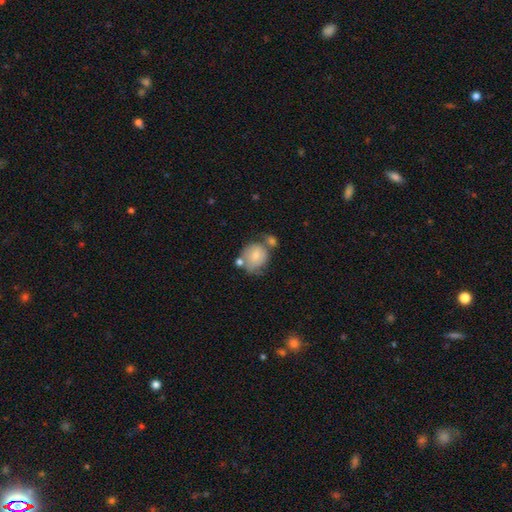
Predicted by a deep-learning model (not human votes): Q: Smooth or featured?
A: smooth (69%); runner-up: featured or disk (23%)
Q: How rounded?
A: round (74%); runner-up: in between (25%)
Q: Merging?
A: none (40%); runner-up: merger (29%)